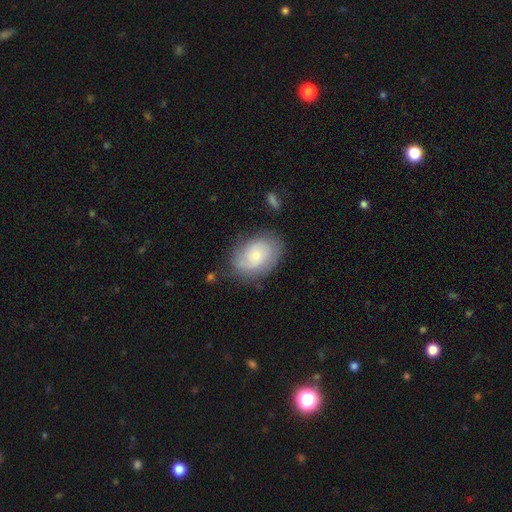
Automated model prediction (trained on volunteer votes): Overall: featured or disk (52%; smooth 40%). Edge-on disk: no (96%). Bar: no (75%). Spiral arms: yes (84%). Bulge size: small (67%). Merging: none (69%).